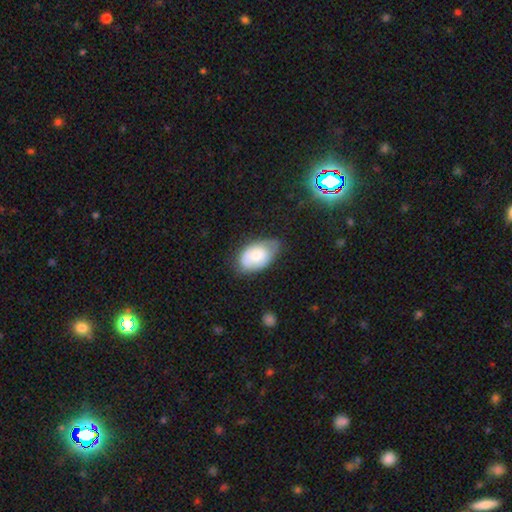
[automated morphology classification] Overall: smooth (70%). How rounded: in between (92%). Merging: none (57%; minor disturbance 32%).